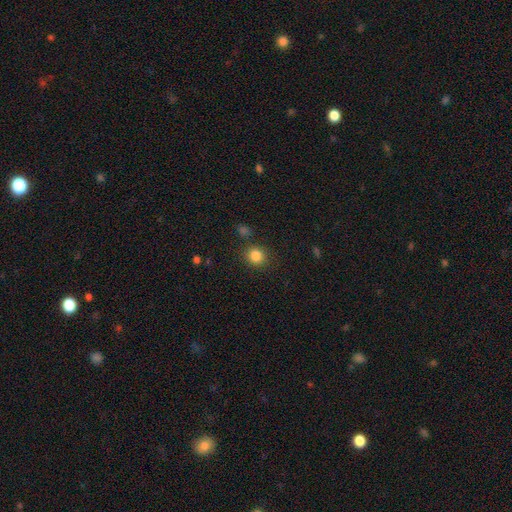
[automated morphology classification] A smooth galaxy with no disk features (84%) that is round (84%). Merging: none (84%).